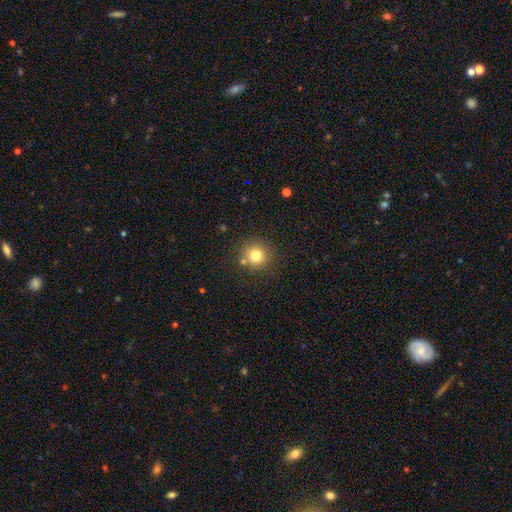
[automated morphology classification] type=smooth (78%); roundness=round (94%); merging=none (83%).